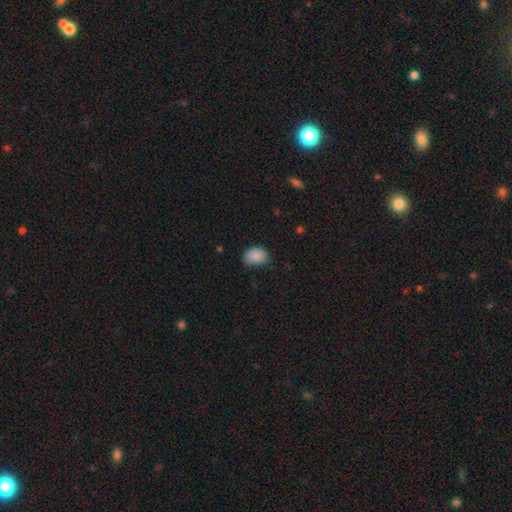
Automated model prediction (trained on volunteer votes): Smooth or featured?
  - smooth: 88% *
  - star or artifact: 8%
  - featured or disk: 4%
How rounded?
  - in between: 73% *
  - round: 26%
  - cigar-shaped: 1%
Merging?
  - none: 71% *
  - minor disturbance: 24%
  - major disturbance: 4%
  - merger: 1%